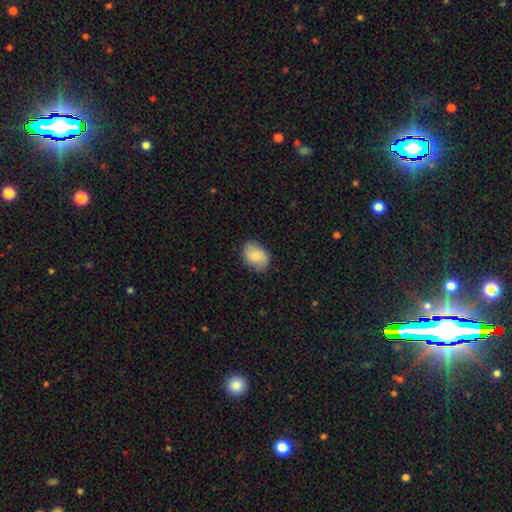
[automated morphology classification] This appears to be a smooth galaxy with no disk features (78%) that is in between round and cigar-shaped (73%). Merging: none (78%).